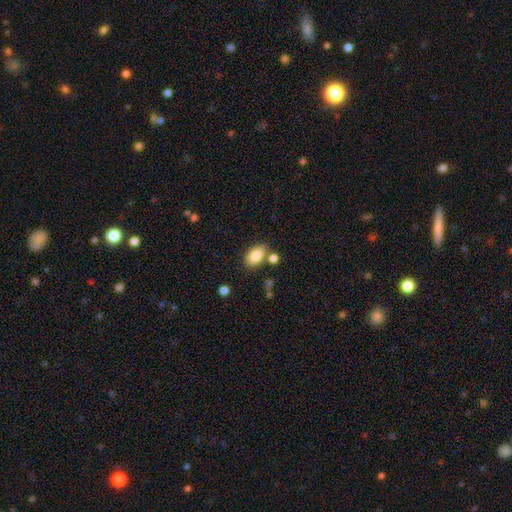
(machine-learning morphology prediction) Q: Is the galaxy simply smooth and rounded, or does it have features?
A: smooth — 84%.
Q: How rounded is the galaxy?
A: in between — 90%.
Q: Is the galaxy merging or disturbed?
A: none — 70%.